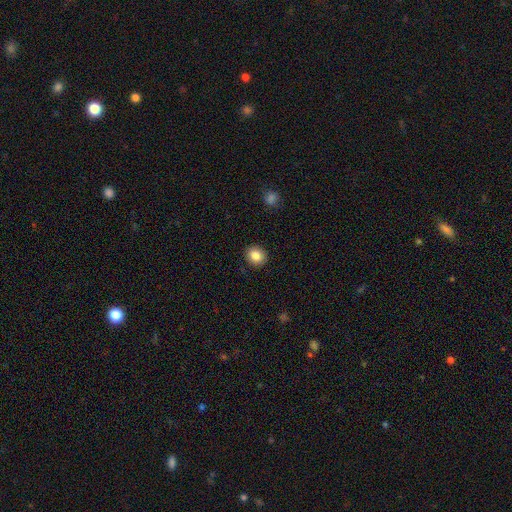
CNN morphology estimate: A smooth galaxy with no disk features (85%) that is round (76%).

Vote fractions:
- Smooth or featured? smooth: 85% / star or artifact: 9% / featured or disk: 6%
- How rounded? round: 76% / in between: 23% / cigar-shaped: 1%
- Merging? none: 91% / minor disturbance: 7% / major disturbance: 2% / merger: 1%